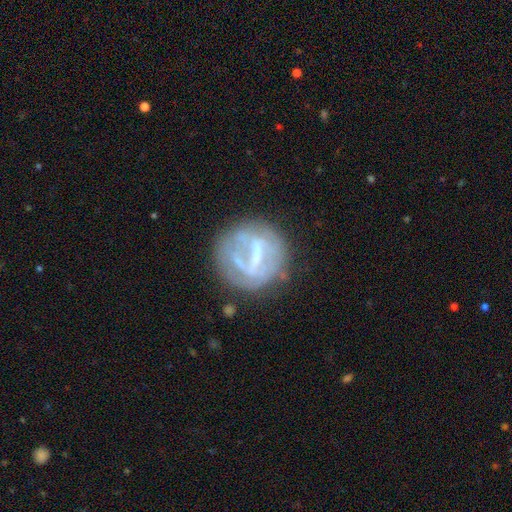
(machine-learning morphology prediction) Smooth or featured: featured or disk — 71% (smooth — 20%)
Edge-on disk: no — 95% (yes — 5%)
Bar: strong — 61% (weak — 26%)
Spiral arms: no — 60% (yes — 40%)
Bulge size: none — 39% (small — 31%)
Merging: none — 63% (minor disturbance — 18%)